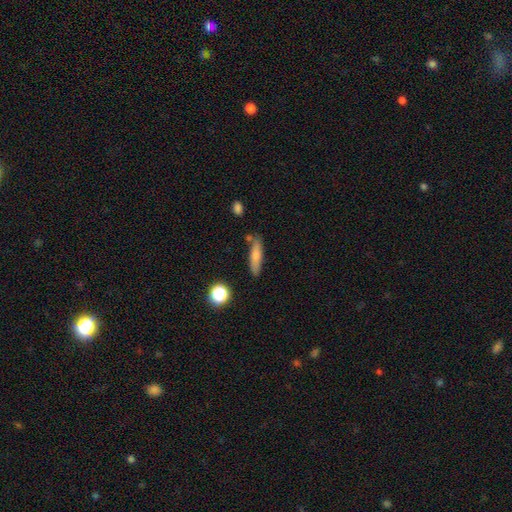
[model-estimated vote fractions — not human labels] The model was most divided on "how rounded": cigar-shaped: 73%, in between: 24%, round: 3%. More confident: merging — none (76%); smooth or featured — smooth (71%).